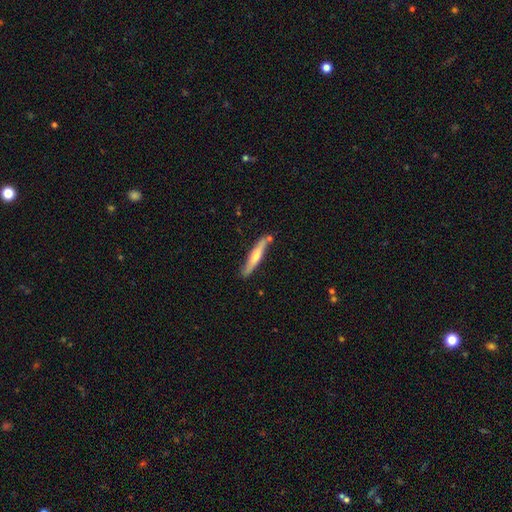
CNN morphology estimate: A smooth galaxy with no disk features (49%). Merging: none (80%).